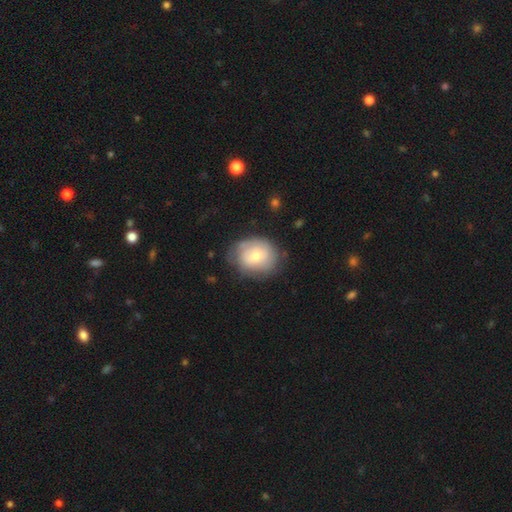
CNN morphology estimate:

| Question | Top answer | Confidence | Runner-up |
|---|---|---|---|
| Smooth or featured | smooth | 54% | featured or disk (39%) |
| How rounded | round | 61% | in between (38%) |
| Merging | none | 66% | minor disturbance (24%) |